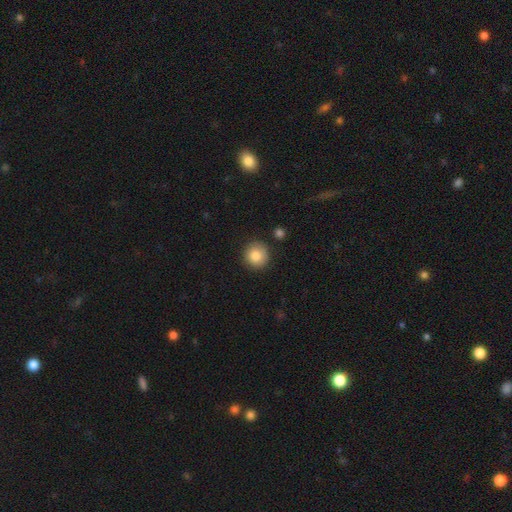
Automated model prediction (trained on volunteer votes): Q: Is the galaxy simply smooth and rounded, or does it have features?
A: smooth — 84%.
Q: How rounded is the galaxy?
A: round — 93%.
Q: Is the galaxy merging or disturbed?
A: none — 85%.